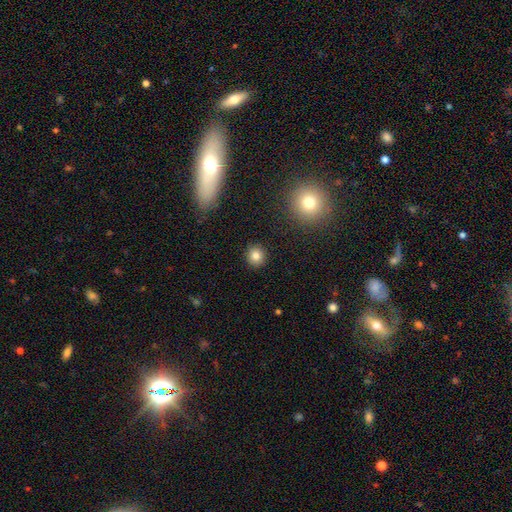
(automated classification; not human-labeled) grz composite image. It shows a smooth galaxy with no disk features (82%) that is round (90%). Merging: none (91%).